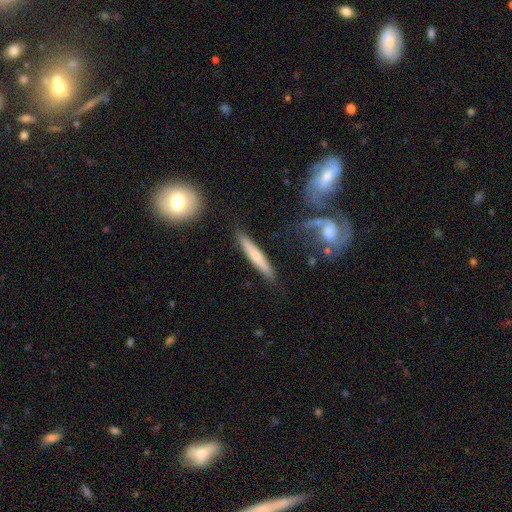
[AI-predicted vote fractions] A smooth galaxy with no disk features (53%) that is cigar-shaped (93%). Merging: none (85%).